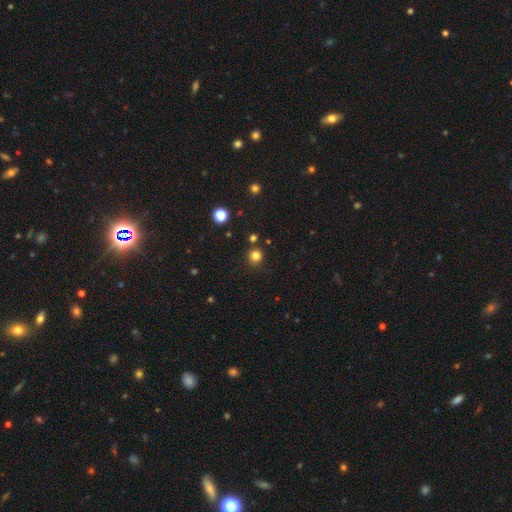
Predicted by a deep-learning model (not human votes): The model was most divided on "smooth or featured": smooth: 80%, star or artifact: 15%, featured or disk: 5%. More confident: how rounded — round (92%); merging — none (87%).